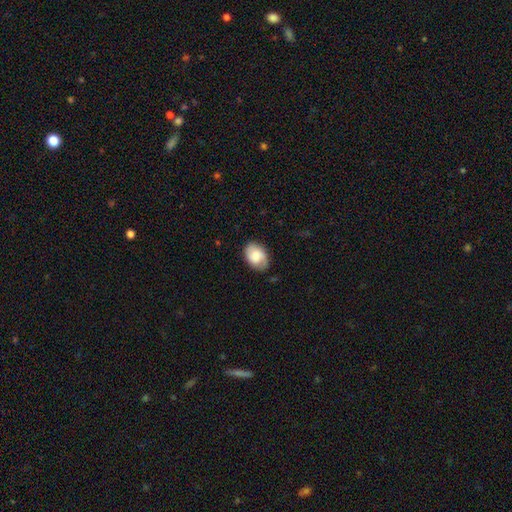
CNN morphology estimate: type=smooth (65%); roundness=in between (82%); merging=none (73%).